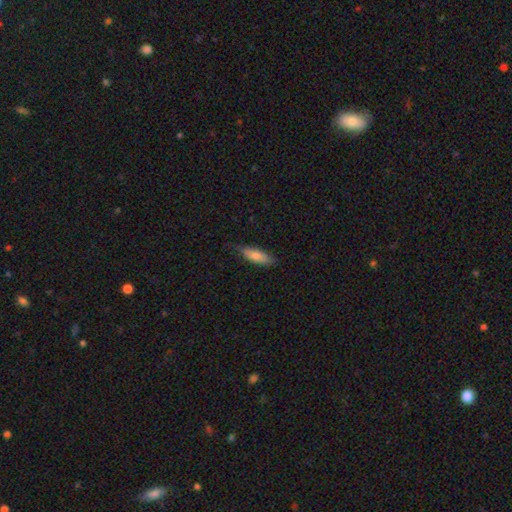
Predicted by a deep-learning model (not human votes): A smooth galaxy with no disk features (77%) that is in between round and cigar-shaped (58%). Merging: none (70%).